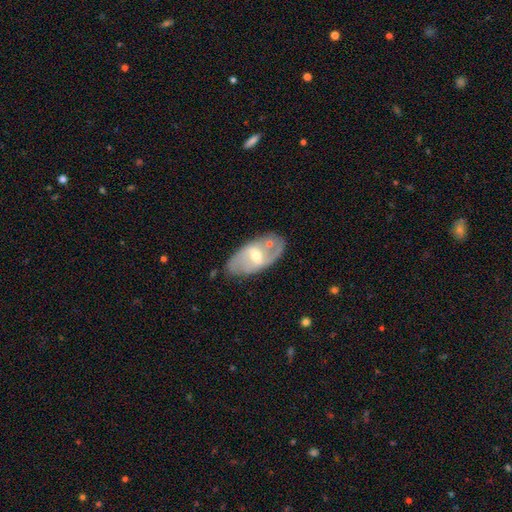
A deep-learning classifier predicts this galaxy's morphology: type=featured or disk (73%); edge-on=no (92%); bar=weak (52%); spiral arms=yes (76%); winding=loose (41%); arm count=2 (79%); bulge=moderate (56%); merging=none (72%).